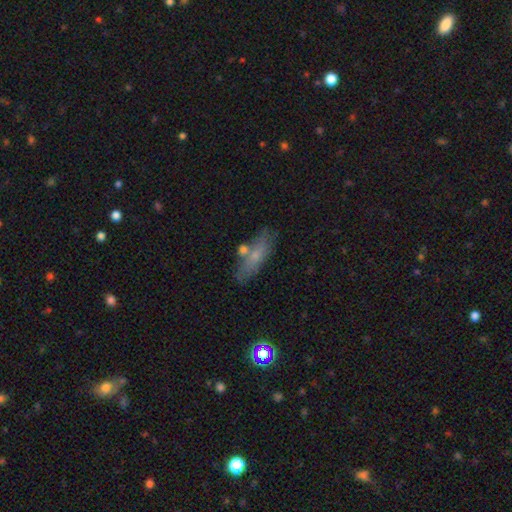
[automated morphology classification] Smooth or featured: smooth — 62% (featured or disk — 28%)
How rounded: cigar-shaped — 52% (in between — 45%)
Merging: none — 69% (minor disturbance — 16%)